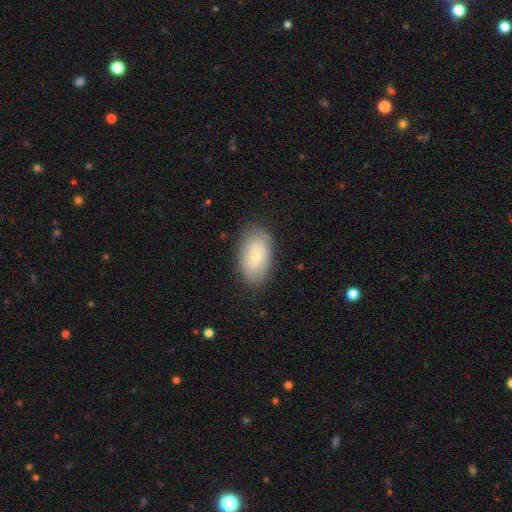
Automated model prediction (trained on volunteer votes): Smooth or featured? smooth (68%)
How rounded? in between (92%)
Merging? none (82%)